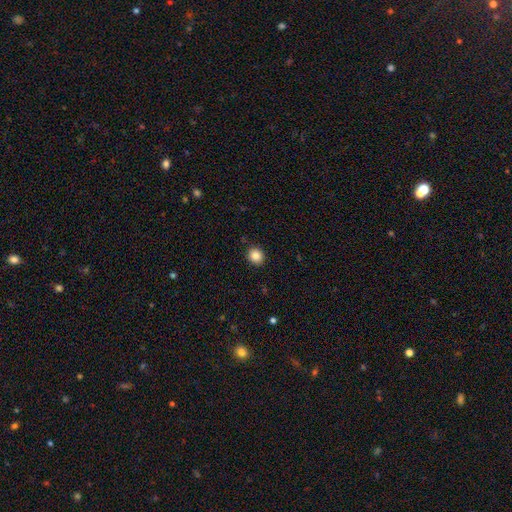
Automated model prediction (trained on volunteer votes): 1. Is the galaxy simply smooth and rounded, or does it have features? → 86% smooth, 10% star or artifact, 4% featured or disk.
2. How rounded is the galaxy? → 81% round, 18% in between, 1% cigar-shaped.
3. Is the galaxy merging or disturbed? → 90% none, 7% minor disturbance, 2% major disturbance, 1% merger.